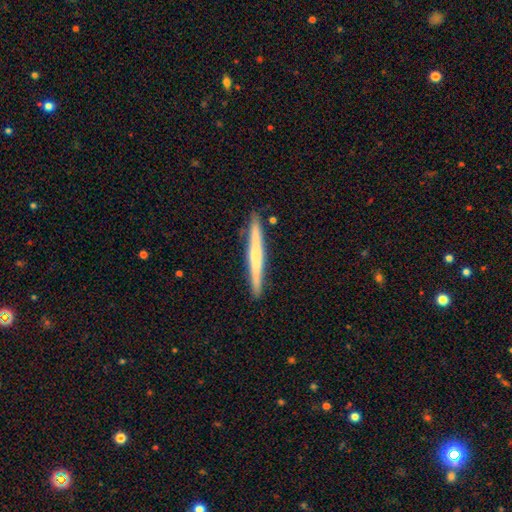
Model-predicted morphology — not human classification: This appears to be a featured or disk galaxy (51%) viewed edge-on (97%). Merging: none (91%).